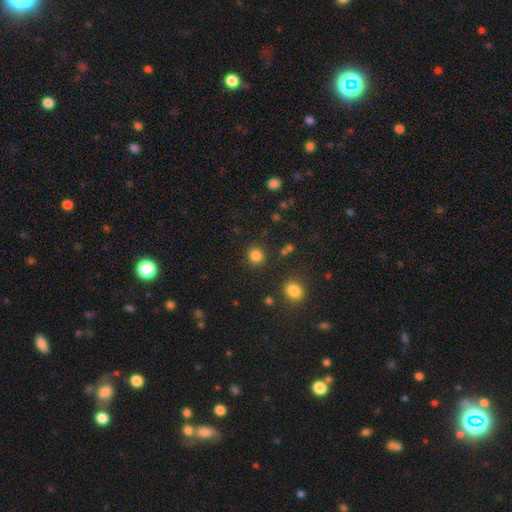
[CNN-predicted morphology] Smooth or featured?
  - smooth: 84% *
  - star or artifact: 12%
  - featured or disk: 4%
How rounded?
  - round: 89% *
  - in between: 10%
  - cigar-shaped: 1%
Merging?
  - none: 87% *
  - minor disturbance: 7%
  - merger: 3%
  - major disturbance: 3%